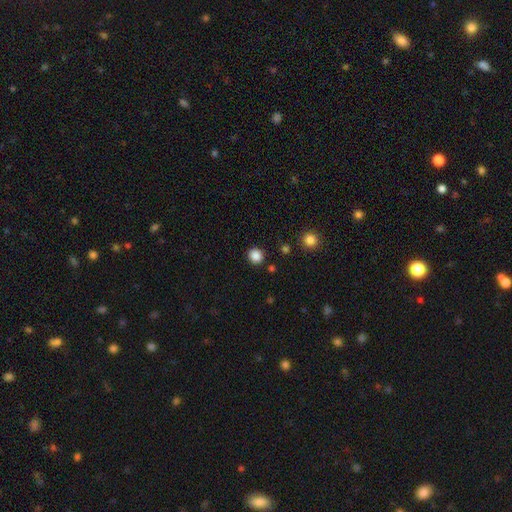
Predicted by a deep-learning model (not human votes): A smooth galaxy with no disk features (86%) that is round (90%). Merging: none (90%).